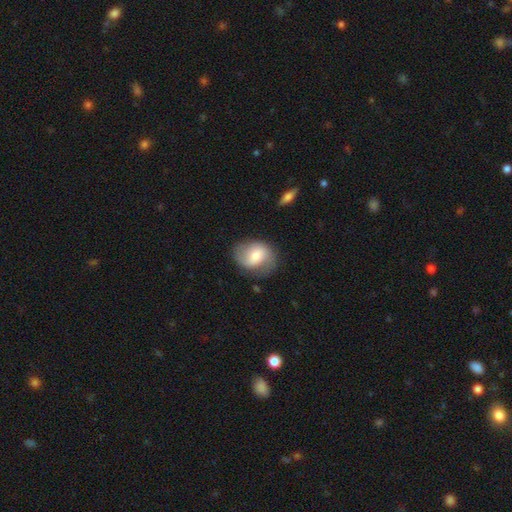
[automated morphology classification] smooth 57%, featured or disk 36%, star or artifact 7%. Down the decision tree: how rounded — in between (52%); merging — none (66%).